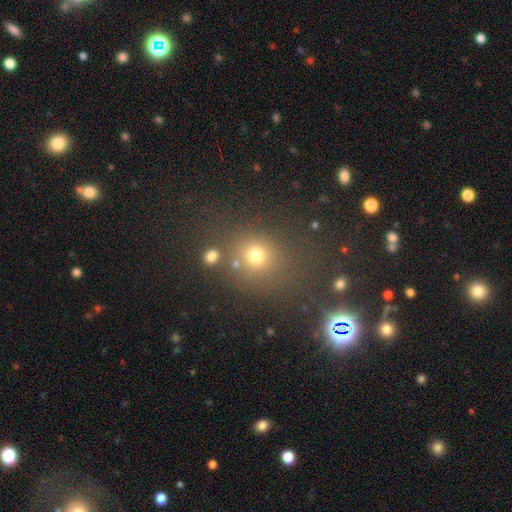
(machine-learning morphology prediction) Overall: smooth (71%). How rounded: round (79%). Merging: none (70%).